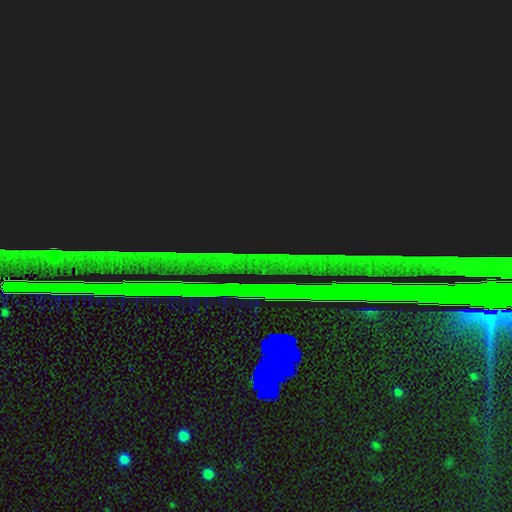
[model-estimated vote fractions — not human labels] star or artifact 86%, featured or disk 8%, smooth 6%.